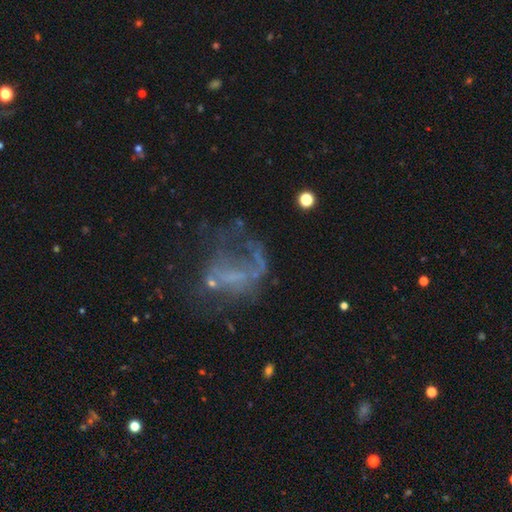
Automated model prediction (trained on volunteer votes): A featured or disk galaxy (55%) with no bar (77%), no spiral arms (58%) and no central bulge (64%). Merging: major disturbance (42%).